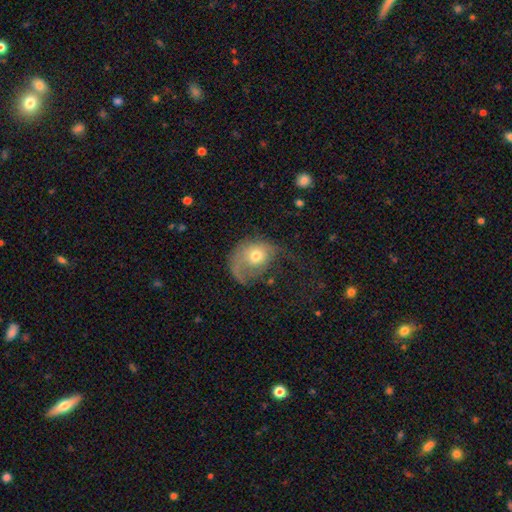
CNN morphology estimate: Overall: smooth (54%; featured or disk 37%). How rounded: round (52%; in between 47%). Merging: major disturbance (52%; minor disturbance 23%).